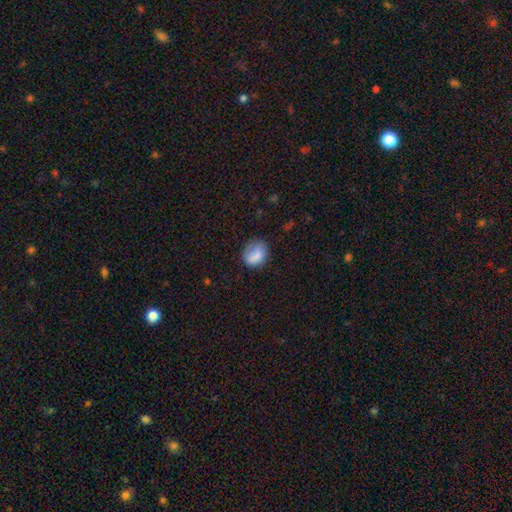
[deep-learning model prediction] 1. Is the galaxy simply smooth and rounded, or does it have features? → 80% smooth, 12% featured or disk, 8% star or artifact.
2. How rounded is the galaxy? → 60% round, 39% in between, 1% cigar-shaped.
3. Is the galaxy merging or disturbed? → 61% none, 25% minor disturbance, 11% major disturbance, 2% merger.